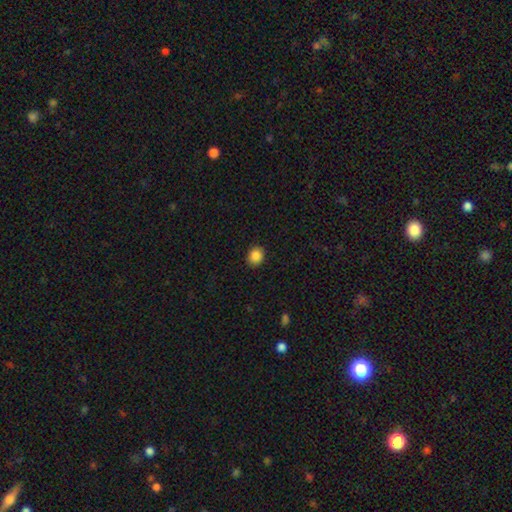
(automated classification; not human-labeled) Morphology: type=smooth (87%); roundness=round (62%); merging=none (89%).